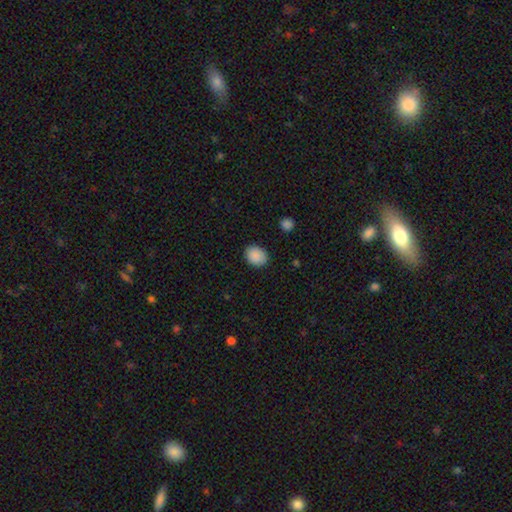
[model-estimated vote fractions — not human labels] smooth_or_featured: smooth (p=0.89) [alt: star or artifact p=0.08]
how_rounded: in between (p=0.54) [alt: round p=0.45]
merging: none (p=0.88) [alt: minor disturbance p=0.09]